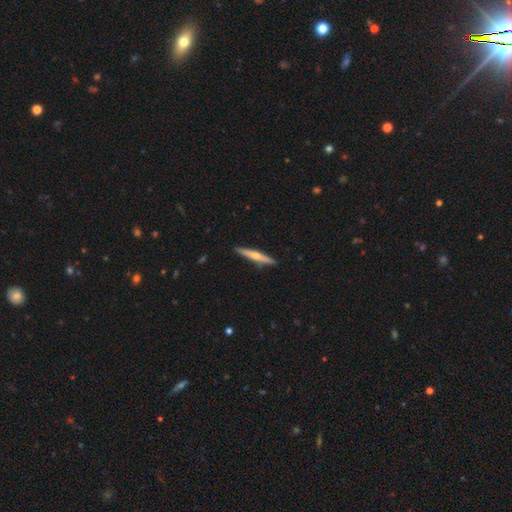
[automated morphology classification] Smooth or featured? Predicted: featured or disk (p=0.58). Edge-on disk? Predicted: yes (p=0.96). Edge-on bulge? Predicted: rounded (p=0.88). Merging? Predicted: none (p=0.91).